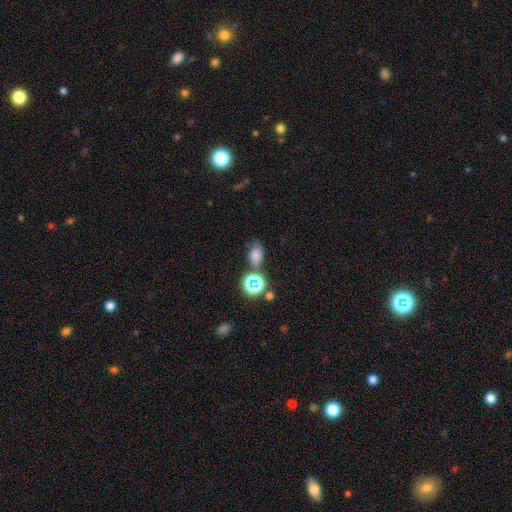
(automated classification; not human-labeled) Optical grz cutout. It shows a smooth galaxy with no disk features (71%) that is in between round and cigar-shaped (76%). Merging: none (60%).